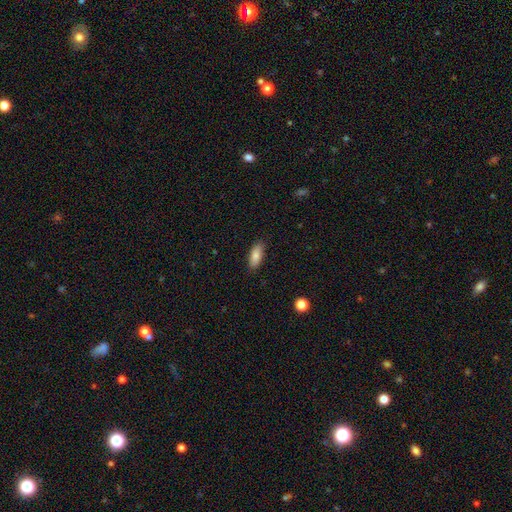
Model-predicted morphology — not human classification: smooth 82%, featured or disk 12%, star or artifact 7%. Down the decision tree: how rounded — in between (77%); merging — none (88%).